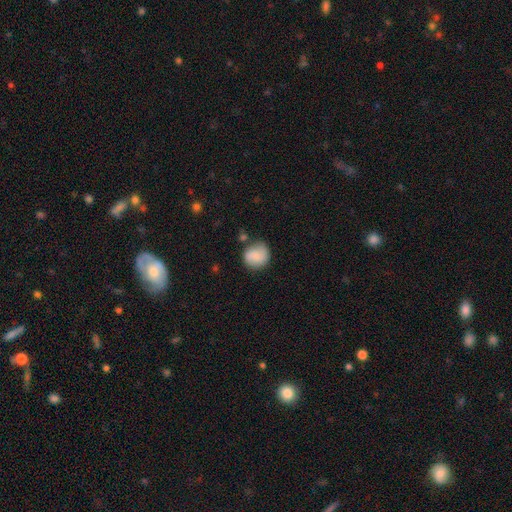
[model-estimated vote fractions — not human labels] Q: Smooth or featured?
A: smooth (73%); runner-up: featured or disk (19%)
Q: How rounded?
A: round (86%); runner-up: in between (13%)
Q: Merging?
A: none (68%); runner-up: minor disturbance (20%)